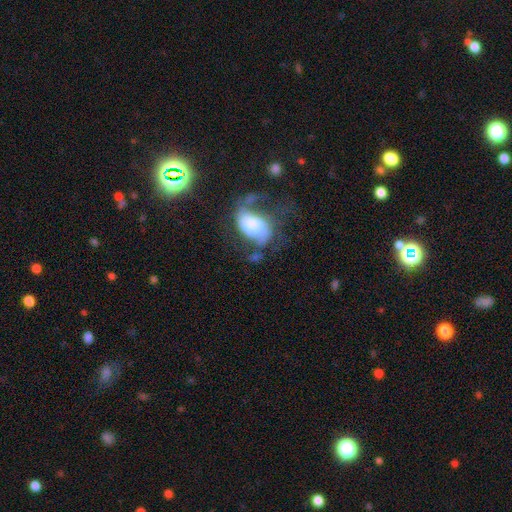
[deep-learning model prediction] The model was most divided on "bulge size": moderate: 37%, small: 29%, large: 17%, none: 13%, dominant: 4%. Remaining: edge-on disk — no (96%); spiral arms — yes (74%); smooth or featured — featured or disk (59%); bar — no (51%); merging — major disturbance (39%).